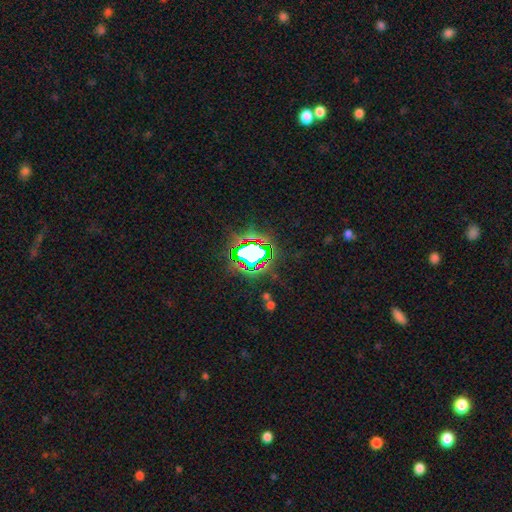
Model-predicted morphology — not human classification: The model was most divided on "smooth or featured": star or artifact: 67%, smooth: 19%, featured or disk: 14%.